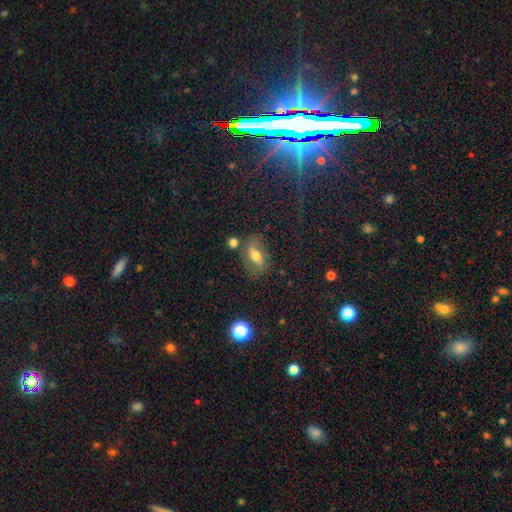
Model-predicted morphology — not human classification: smooth-or-featured: smooth: 48% | featured or disk: 38% | star or artifact: 14%
  merging: none: 61% | minor disturbance: 20% | major disturbance: 10% | merger: 9%